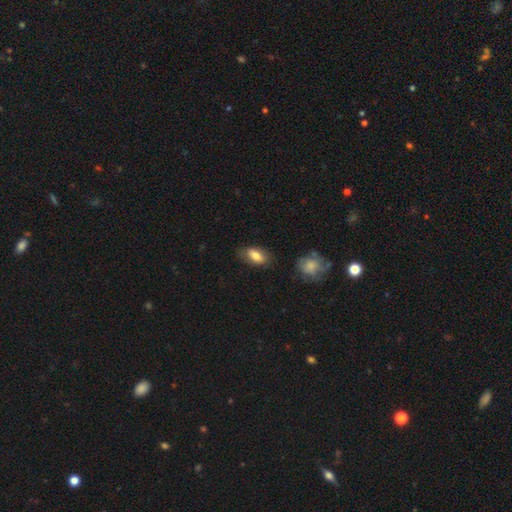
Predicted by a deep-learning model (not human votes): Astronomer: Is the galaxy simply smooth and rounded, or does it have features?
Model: smooth — 78%.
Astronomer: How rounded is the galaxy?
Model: in between — 89%.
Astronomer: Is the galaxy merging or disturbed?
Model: none — 77%.